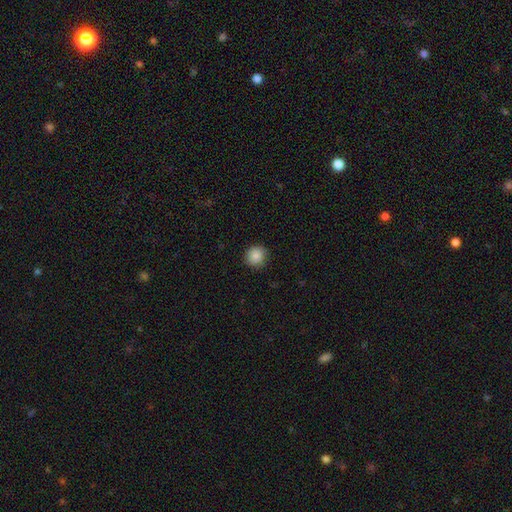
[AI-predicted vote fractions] Smooth or featured: smooth — 88% (star or artifact — 9%)
How rounded: round — 91% (in between — 8%)
Merging: none — 89% (minor disturbance — 8%)